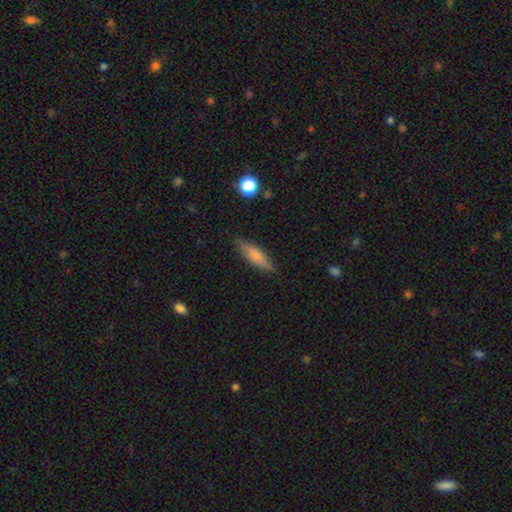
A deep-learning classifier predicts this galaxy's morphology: smooth 64%, featured or disk 29%, star or artifact 7%. Down the decision tree: how rounded — cigar-shaped (62%); merging — none (84%).